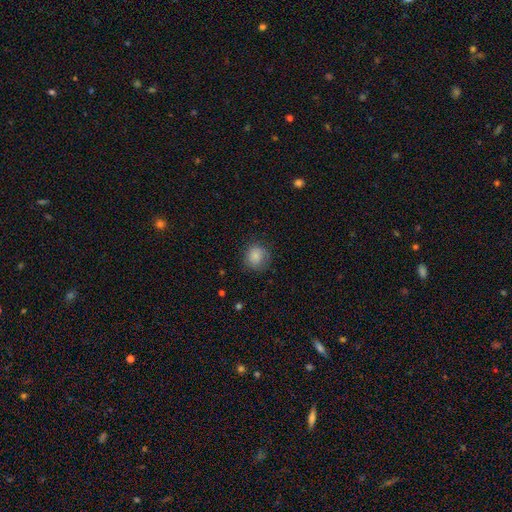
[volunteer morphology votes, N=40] This appears to be a smooth galaxy with no disk features (78%) that is round (84%). Merging: none (71%).